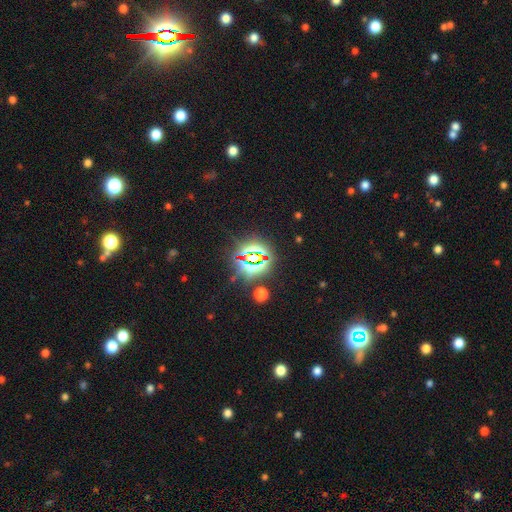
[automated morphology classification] Smooth or featured? star or artifact (80%)